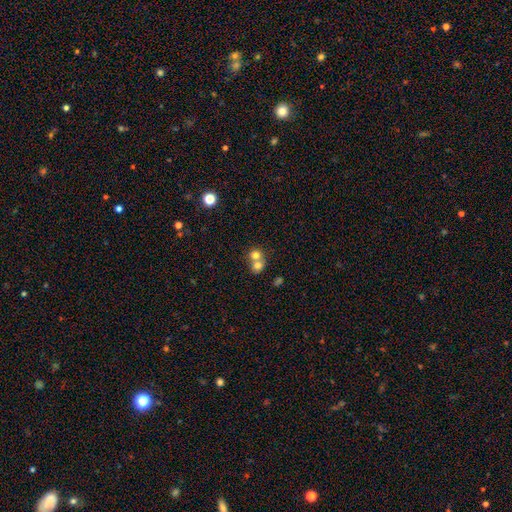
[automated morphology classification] This is likely a smooth galaxy (73%). How rounded: likely round (76%). Merging: likely merger (65%).